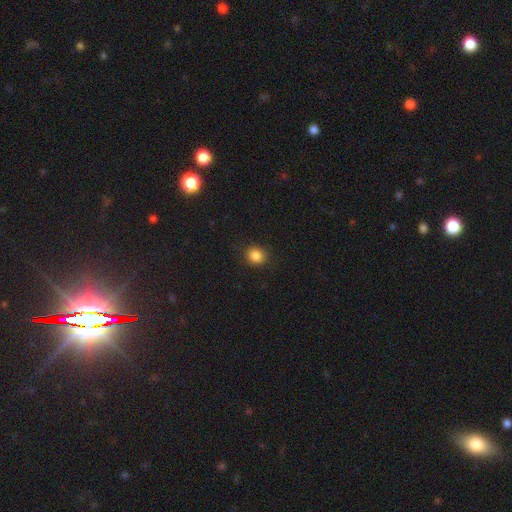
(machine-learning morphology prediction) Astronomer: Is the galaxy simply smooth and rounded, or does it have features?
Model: smooth — 85%.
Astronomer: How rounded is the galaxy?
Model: round — 84%.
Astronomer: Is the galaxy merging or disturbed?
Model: none — 90%.